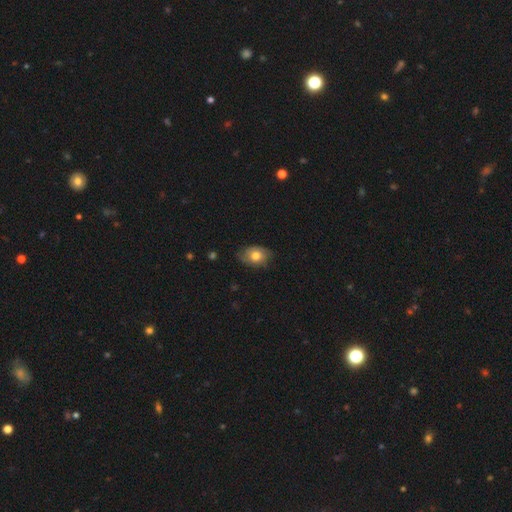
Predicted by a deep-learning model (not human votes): A smooth galaxy with no disk features (69%) that is in between round and cigar-shaped (74%). Merging: none (70%).